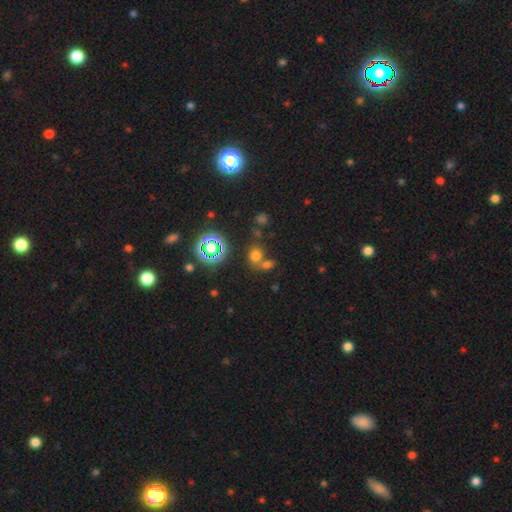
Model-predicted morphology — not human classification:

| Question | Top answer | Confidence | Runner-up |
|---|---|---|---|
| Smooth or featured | smooth | 64% | star or artifact (27%) |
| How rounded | round | 59% | in between (40%) |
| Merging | none | 49% | merger (38%) |